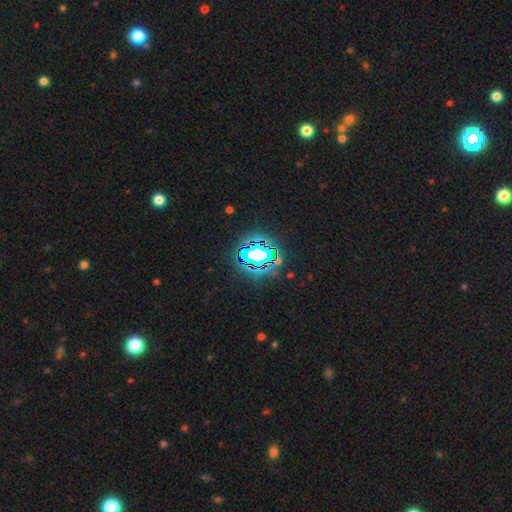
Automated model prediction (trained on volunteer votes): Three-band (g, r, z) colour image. It shows a star or artifact, not a galaxy (67%).